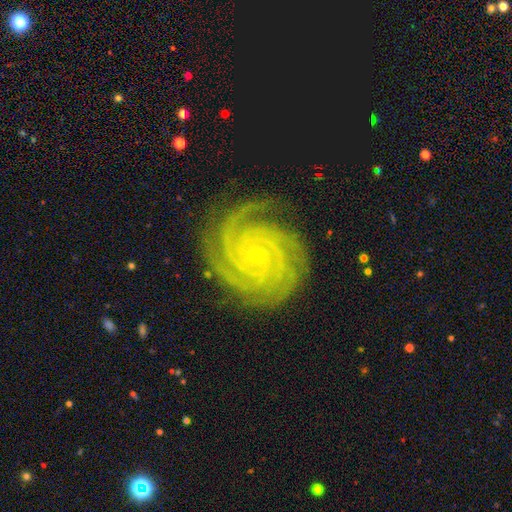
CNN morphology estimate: Smooth or featured? Predicted: featured or disk (p=0.90). Edge-on disk? Predicted: no (p=0.98). Bar? Predicted: no (p=0.78). Spiral arms? Predicted: yes (p=0.99). Spiral winding? Predicted: tight (p=0.87). Spiral arm count? Predicted: 4 (p=0.28). Bulge size? Predicted: small (p=0.90). Merging? Predicted: none (p=0.82).